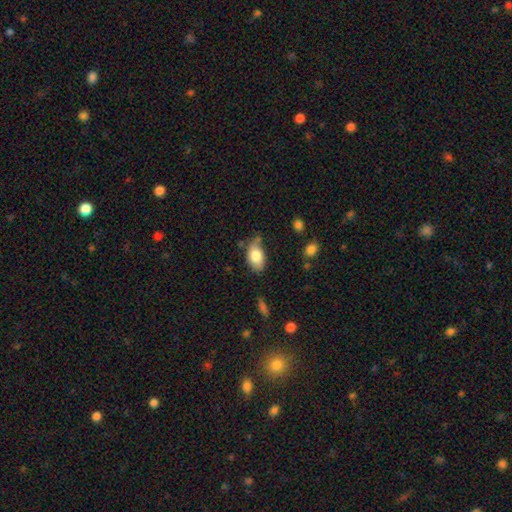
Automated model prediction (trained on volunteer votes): Smooth or featured?
  - smooth: 81% *
  - featured or disk: 12%
  - star or artifact: 7%
How rounded?
  - in between: 91% *
  - round: 7%
  - cigar-shaped: 2%
Merging?
  - none: 61% *
  - minor disturbance: 27%
  - merger: 6%
  - major disturbance: 6%